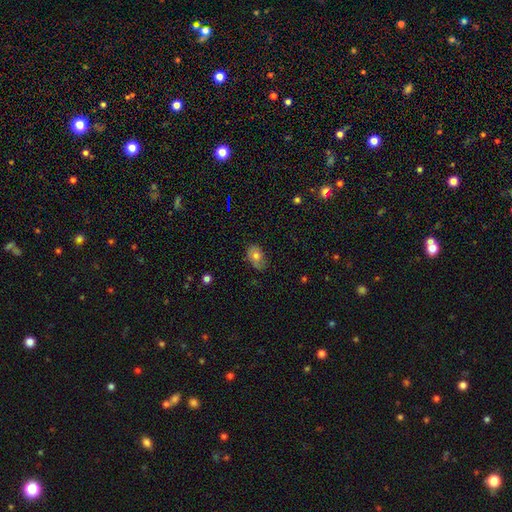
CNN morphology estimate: A smooth galaxy with no disk features (65%) that is in between round and cigar-shaped (85%).

Vote fractions:
- Smooth or featured? smooth: 65% / featured or disk: 25% / star or artifact: 10%
- How rounded? in between: 85% / round: 13% / cigar-shaped: 2%
- Merging? none: 65% / minor disturbance: 26% / major disturbance: 7% / merger: 1%